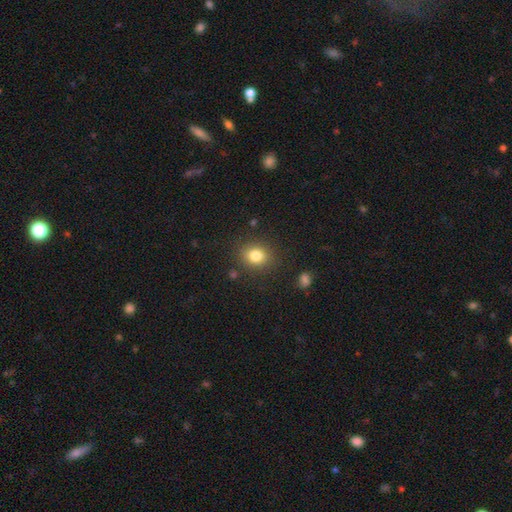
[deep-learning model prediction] The model was most divided on "how rounded": round: 65%, in between: 34%, cigar-shaped: 1%. More confident: merging — none (85%); smooth or featured — smooth (81%).